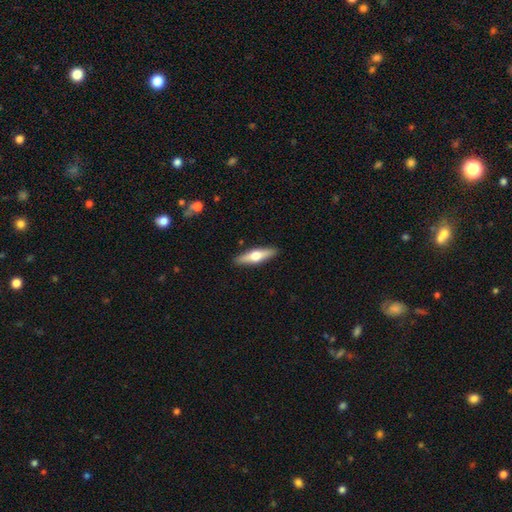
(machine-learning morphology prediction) smooth_or_featured: featured or disk (p=0.53) [alt: smooth p=0.42]
disk_edge_on: yes (p=0.94) [alt: no p=0.06]
merging: none (p=0.91) [alt: minor disturbance p=0.07]